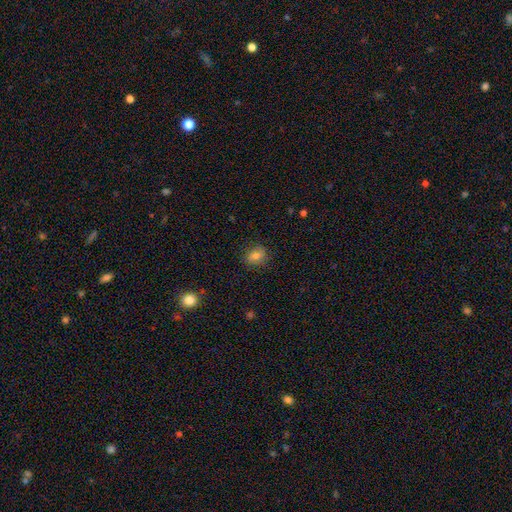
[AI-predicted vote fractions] Smooth or featured: smooth — 77% (star or artifact — 12%)
How rounded: in between — 50% (round — 49%)
Merging: none — 83% (minor disturbance — 13%)